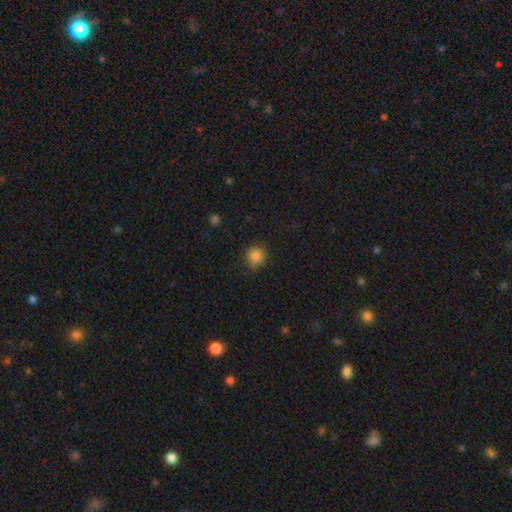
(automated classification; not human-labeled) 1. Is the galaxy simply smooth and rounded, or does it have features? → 86% smooth, 11% star or artifact, 4% featured or disk.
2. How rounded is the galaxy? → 92% round, 7% in between, 1% cigar-shaped.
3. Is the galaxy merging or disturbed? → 83% none, 12% minor disturbance, 3% major disturbance, 1% merger.